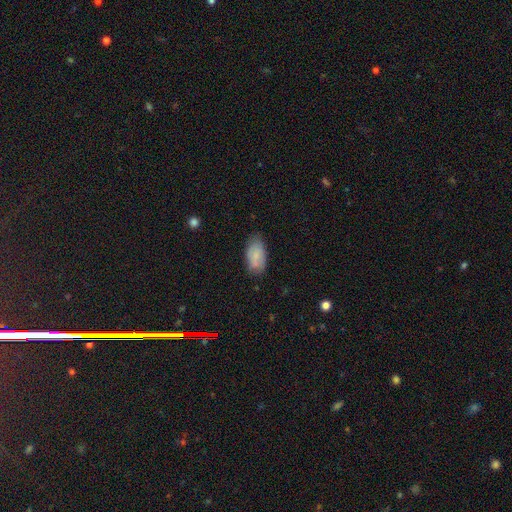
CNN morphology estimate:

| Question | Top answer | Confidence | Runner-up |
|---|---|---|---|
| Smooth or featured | smooth | 80% | featured or disk (13%) |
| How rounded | in between | 94% | cigar-shaped (3%) |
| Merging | none | 73% | minor disturbance (21%) |